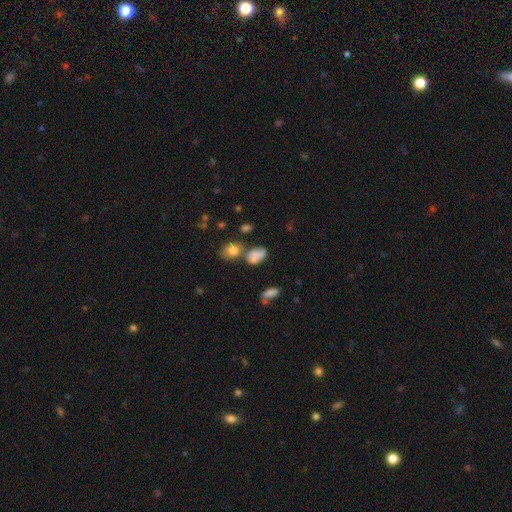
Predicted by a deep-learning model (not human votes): Overall: smooth (77%). How rounded: in between (78%). Merging: none (45%; minor disturbance 23%).